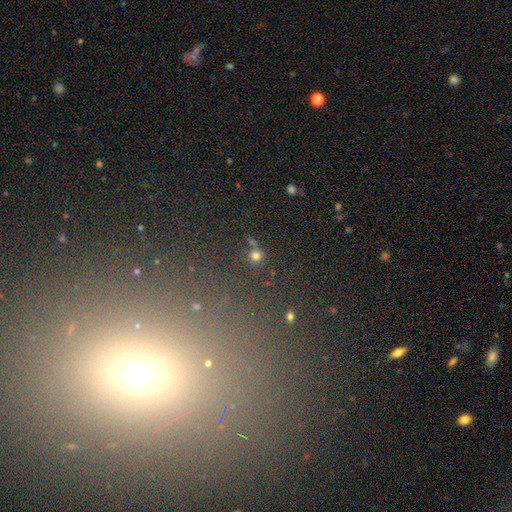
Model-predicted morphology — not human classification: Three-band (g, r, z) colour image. It shows a smooth galaxy with no disk features (71%) that is round (93%). Merging: none (73%).